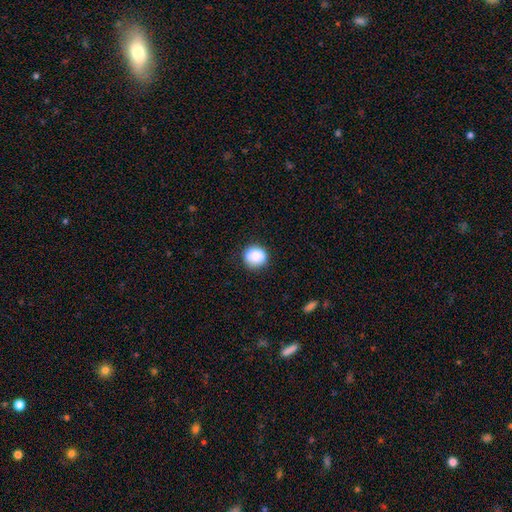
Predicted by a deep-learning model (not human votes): Smooth or featured? smooth (87%)
How rounded? round (84%)
Merging? none (82%)